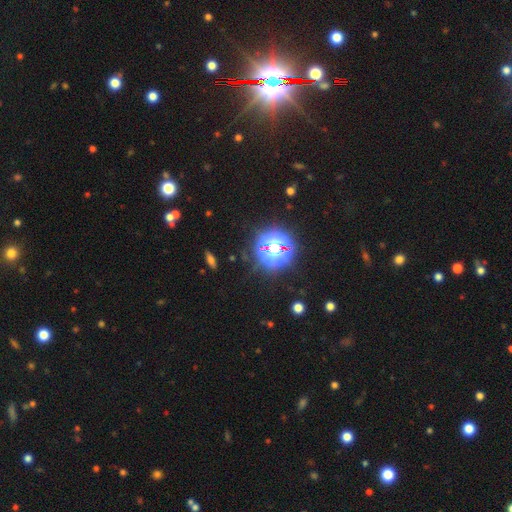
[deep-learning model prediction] Smooth or featured?
  - star or artifact: 81% *
  - smooth: 12%
  - featured or disk: 6%